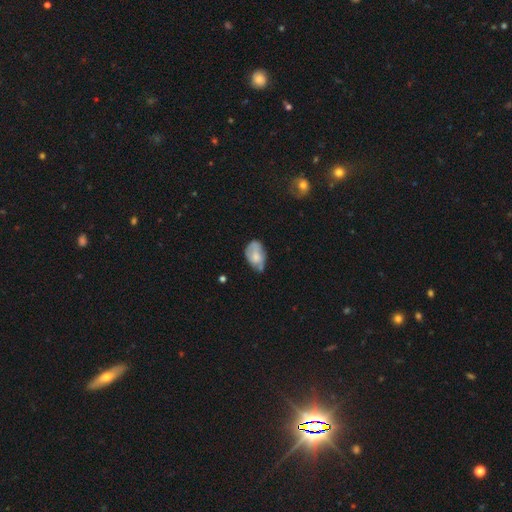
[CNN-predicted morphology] A smooth galaxy with no disk features (60%) that is in between round and cigar-shaped (86%).

Vote fractions:
- Smooth or featured? smooth: 60% / featured or disk: 32% / star or artifact: 8%
- How rounded? in between: 86% / round: 12% / cigar-shaped: 2%
- Merging? minor disturbance: 41% / none: 39% / major disturbance: 14% / merger: 7%